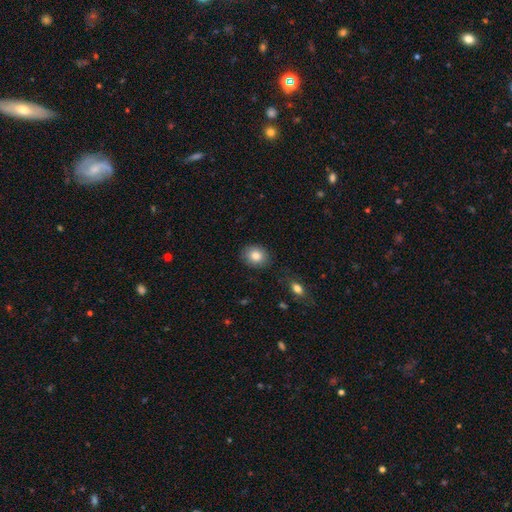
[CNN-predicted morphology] Smooth or featured: smooth — 83% (star or artifact — 9%)
How rounded: round — 62% (in between — 37%)
Merging: none — 86% (minor disturbance — 10%)